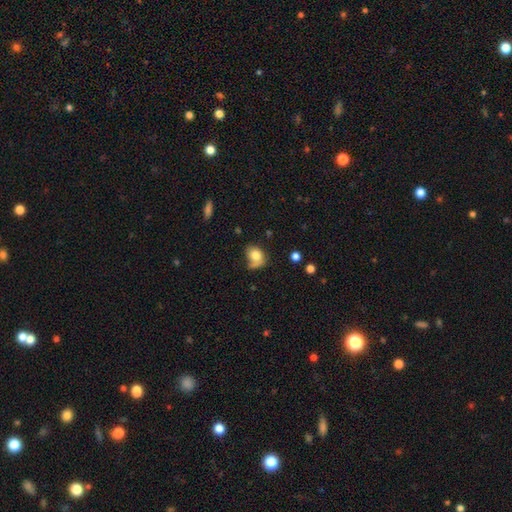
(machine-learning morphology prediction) The model was most divided on "merging": none: 44%, minor disturbance: 29%, major disturbance: 19%, merger: 9%. More confident: smooth or featured — smooth (75%); how rounded — in between (59%).